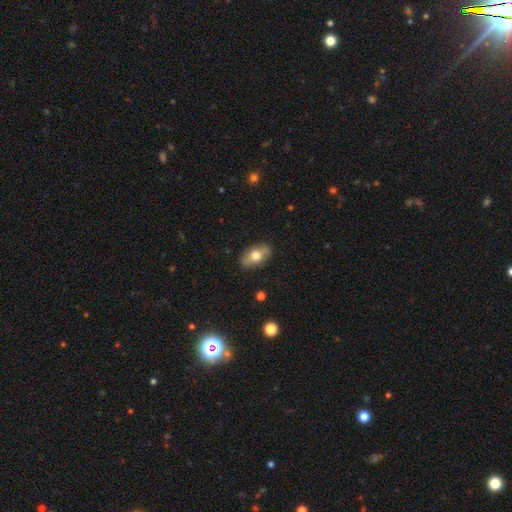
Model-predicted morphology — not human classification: This is likely a smooth galaxy (63%). How rounded: clearly in between (88%). Merging: clearly none (86%).